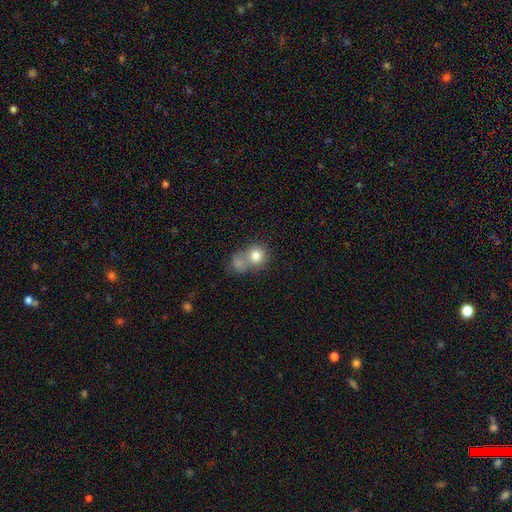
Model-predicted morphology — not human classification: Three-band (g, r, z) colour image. It shows a smooth galaxy with no disk features (79%) that is round (81%). Merging: merger (49%).